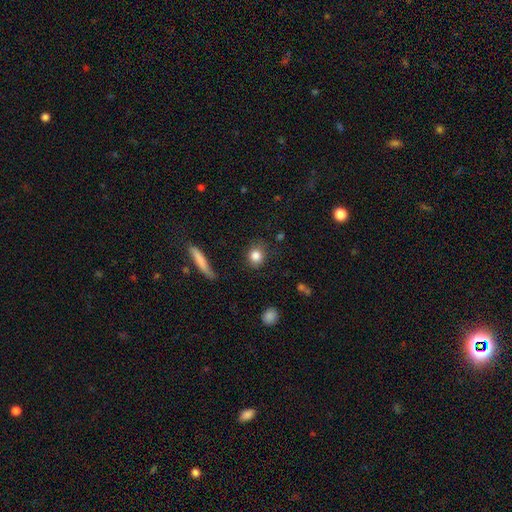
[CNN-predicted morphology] The model was most divided on "how rounded": round: 73%, in between: 24%, cigar-shaped: 3%. More confident: smooth or featured — smooth (83%); merging — none (81%).